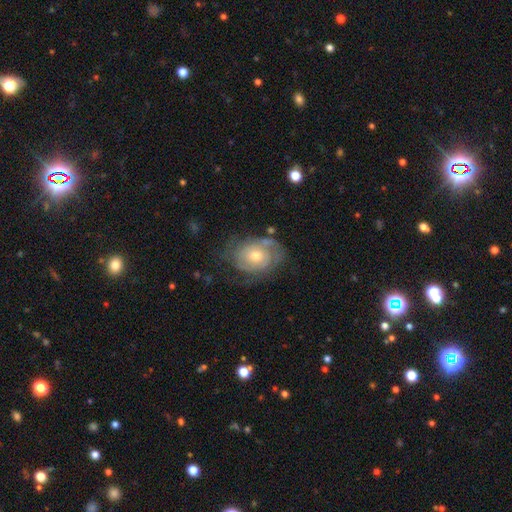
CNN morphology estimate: featured or disk 70%, smooth 23%, star or artifact 7%. Down the decision tree: edge-on disk — no (96%); bar — no (79%); spiral arms — yes (82%); spiral arm count — can't tell (39%); spiral winding — tight (60%); bulge size — moderate (60%); merging — none (59%).